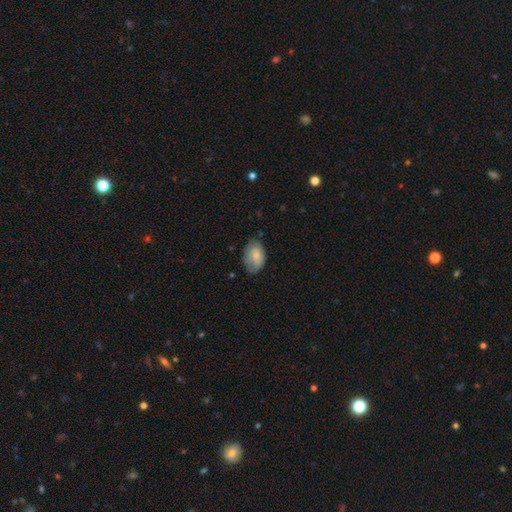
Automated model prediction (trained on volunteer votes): A smooth galaxy with no disk features (81%) that is in between round and cigar-shaped (88%).

Vote fractions:
- Smooth or featured? smooth: 81% / featured or disk: 13% / star or artifact: 7%
- How rounded? in between: 88% / round: 10% / cigar-shaped: 1%
- Merging? none: 63% / minor disturbance: 29% / major disturbance: 6% / merger: 1%